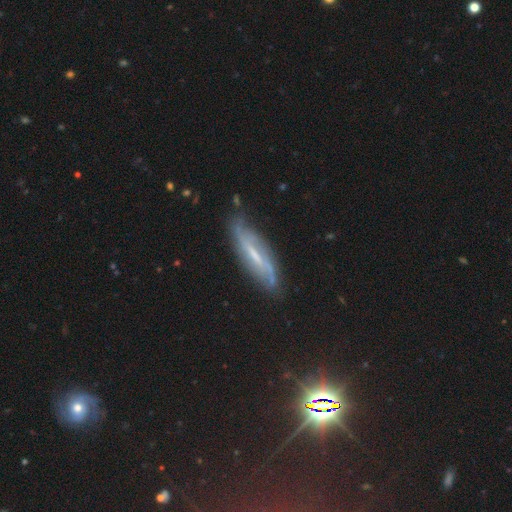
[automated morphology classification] smooth-or-featured: featured or disk: 67% | smooth: 22% | star or artifact: 10%
  disk-edge-on: no: 62% | yes: 38%
  merging: none: 70% | minor disturbance: 22% | major disturbance: 6% | merger: 2%